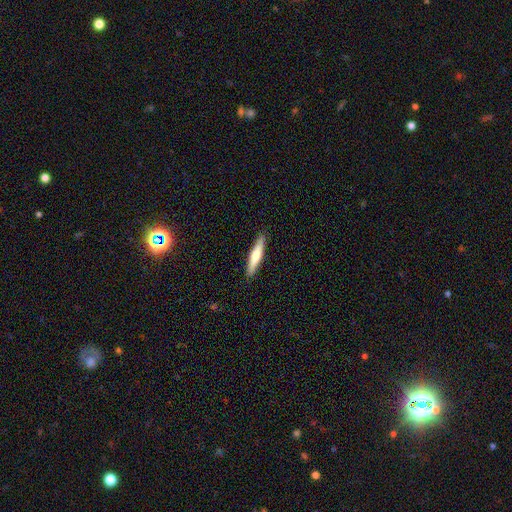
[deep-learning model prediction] Smooth or featured: smooth — 53% (featured or disk — 42%)
How rounded: cigar-shaped — 88% (in between — 11%)
Merging: none — 91% (minor disturbance — 7%)